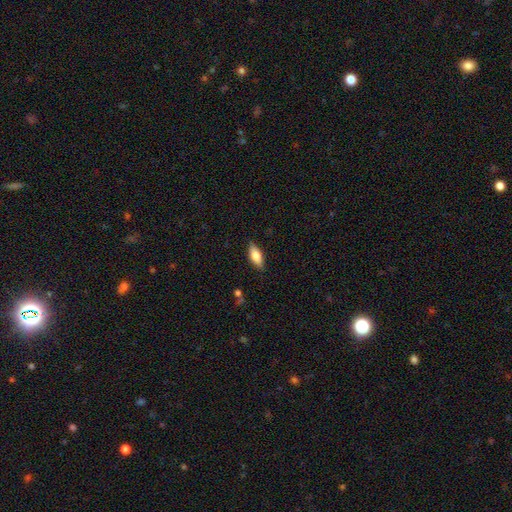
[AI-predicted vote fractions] A smooth galaxy with no disk features (75%) that is in between round and cigar-shaped (79%). Merging: none (86%).